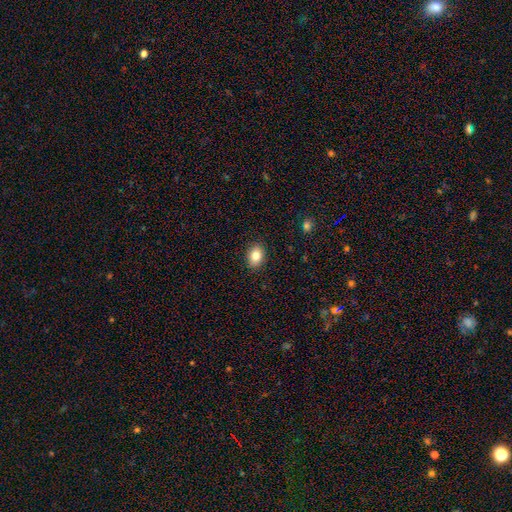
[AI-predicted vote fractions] Overall: smooth (83%). How rounded: in between (71%). Merging: none (90%).